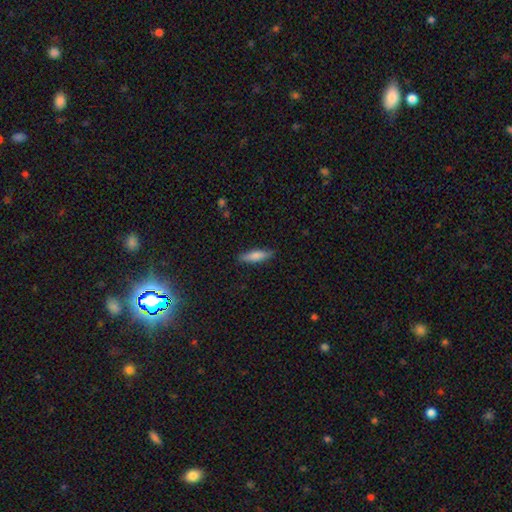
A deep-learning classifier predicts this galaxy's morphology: smooth 76%, featured or disk 17%, star or artifact 6%. Down the decision tree: how rounded — cigar-shaped (62%); merging — none (83%).